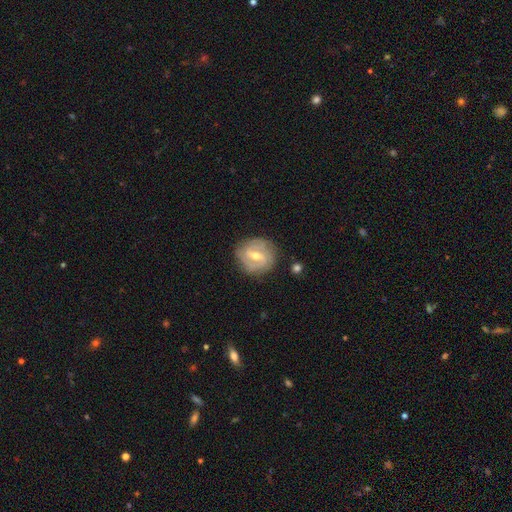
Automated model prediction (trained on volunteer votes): Smooth or featured?
  - featured or disk: 76% *
  - smooth: 18%
  - star or artifact: 6%
Edge-on disk?
  - no: 97% *
  - yes: 3%
Bar?
  - weak: 55% *
  - strong: 27%
  - no: 19%
Spiral arms?
  - yes: 88% *
  - no: 12%
Spiral winding?
  - tight: 47% *
  - medium: 39%
  - loose: 15%
Spiral arm count?
  - 2: 46% *
  - can't tell: 23%
  - 3: 19%
  - 4: 5%
  - 1: 4%
  - more than 4: 3%
Bulge size?
  - moderate: 65% *
  - small: 31%
  - large: 2%
  - none: 1%
  - dominant: 1%
Merging?
  - none: 80% *
  - minor disturbance: 14%
  - major disturbance: 4%
  - merger: 2%